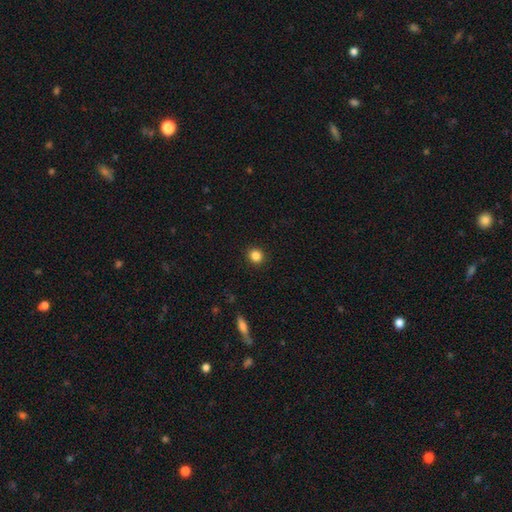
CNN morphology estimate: Smooth or featured?
  - smooth: 85% *
  - star or artifact: 11%
  - featured or disk: 4%
How rounded?
  - round: 87% *
  - in between: 12%
  - cigar-shaped: 1%
Merging?
  - none: 92% *
  - minor disturbance: 5%
  - major disturbance: 2%
  - merger: 1%